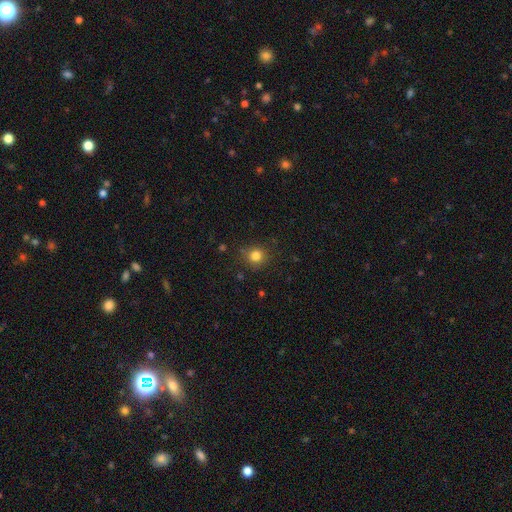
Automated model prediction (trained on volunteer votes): smooth 82%, star or artifact 13%, featured or disk 5%. Down the decision tree: how rounded — round (89%); merging — none (86%).